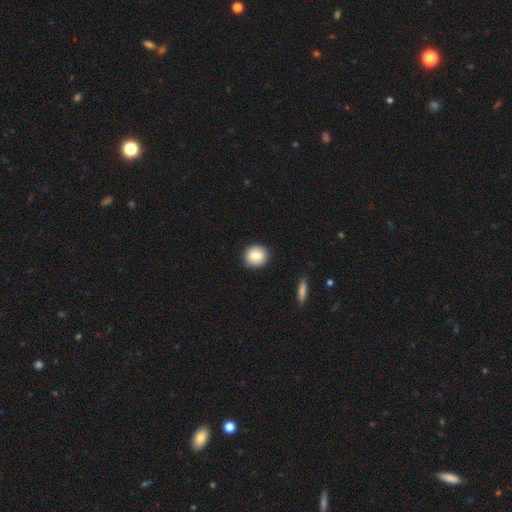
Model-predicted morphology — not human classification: This appears to be a smooth galaxy with no disk features (85%) that is round (90%). Merging: none (91%).